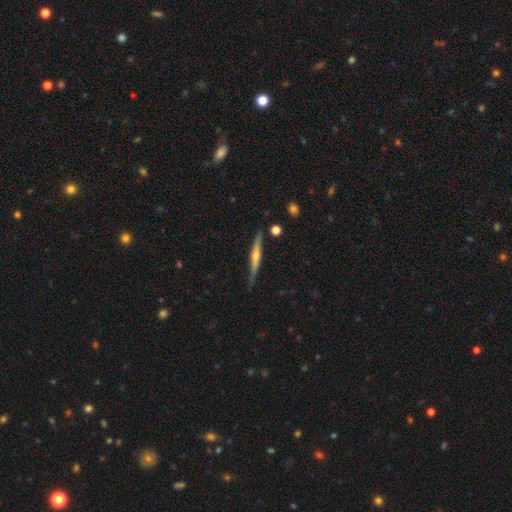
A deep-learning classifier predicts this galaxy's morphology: Smooth or featured?
  - featured or disk: 74% *
  - smooth: 20%
  - star or artifact: 6%
Edge-on disk?
  - yes: 97% *
  - no: 3%
Edge-on bulge?
  - rounded: 86% *
  - none: 10%
  - boxy: 4%
Merging?
  - none: 84% *
  - minor disturbance: 12%
  - major disturbance: 2%
  - merger: 2%